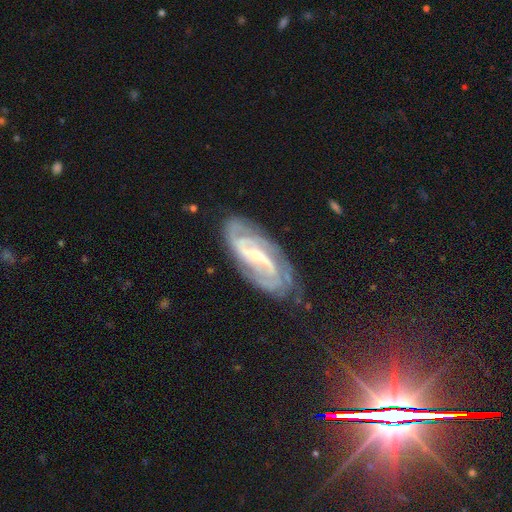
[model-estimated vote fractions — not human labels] Q: Smooth or featured?
A: featured or disk (87%); runner-up: smooth (6%)
Q: Edge-on disk?
A: no (94%); runner-up: yes (6%)
Q: Bar?
A: weak (44%); runner-up: strong (34%)
Q: Spiral arms?
A: yes (97%); runner-up: no (3%)
Q: Spiral winding?
A: tight (47%); runner-up: medium (41%)
Q: Spiral arm count?
A: 2 (50%); runner-up: can't tell (18%)
Q: Bulge size?
A: small (70%); runner-up: moderate (24%)
Q: Merging?
A: none (78%); runner-up: minor disturbance (16%)